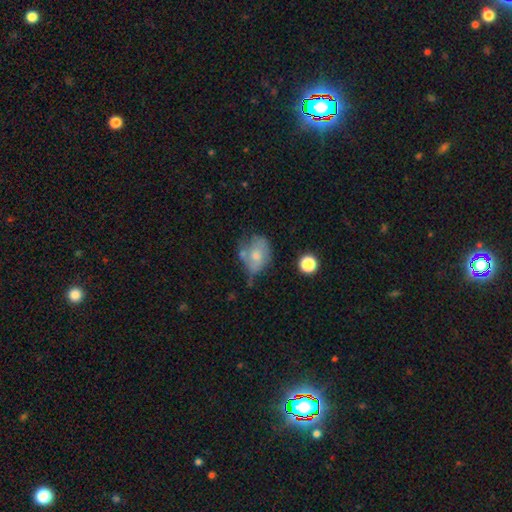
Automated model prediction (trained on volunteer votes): smooth-or-featured: smooth: 52% | featured or disk: 39% | star or artifact: 9%
  how-rounded: in between: 58% | round: 41% | cigar-shaped: 1%
  merging: minor disturbance: 33% | none: 32% | major disturbance: 20% | merger: 15%